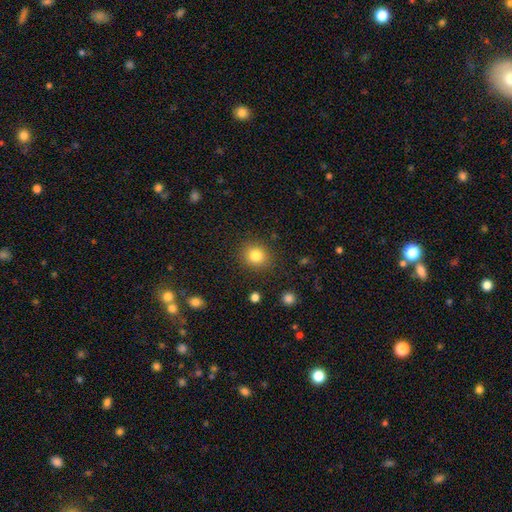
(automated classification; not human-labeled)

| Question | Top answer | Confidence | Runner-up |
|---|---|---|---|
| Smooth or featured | smooth | 83% | star or artifact (11%) |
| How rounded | round | 81% | in between (18%) |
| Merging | none | 88% | minor disturbance (8%) |